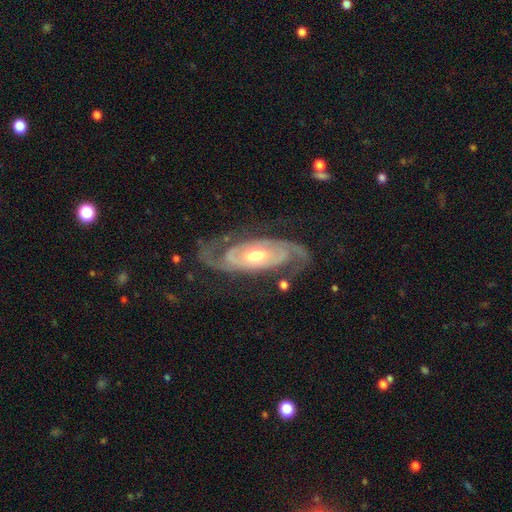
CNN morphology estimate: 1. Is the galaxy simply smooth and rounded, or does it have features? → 90% featured or disk, 6% smooth, 4% star or artifact.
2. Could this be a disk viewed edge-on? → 93% no, 7% yes.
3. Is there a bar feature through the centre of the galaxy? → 60% no, 27% weak, 13% strong.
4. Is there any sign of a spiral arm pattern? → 96% yes, 4% no.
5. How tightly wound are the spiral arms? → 49% tight, 39% medium, 12% loose.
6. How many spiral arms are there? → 86% 2, 6% can't tell, 3% 3, 2% 1, 1% 4, 1% more than 4.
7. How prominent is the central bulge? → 73% moderate, 16% small, 9% large, 1% dominant, 1% none.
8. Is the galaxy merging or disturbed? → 74% none, 15% minor disturbance, 9% major disturbance, 2% merger.